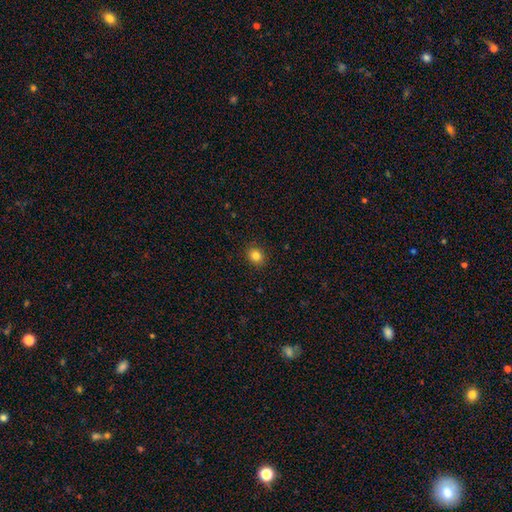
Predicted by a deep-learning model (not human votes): Smooth or featured: smooth — 84% (star or artifact — 11%)
How rounded: round — 76% (in between — 23%)
Merging: none — 91% (minor disturbance — 6%)